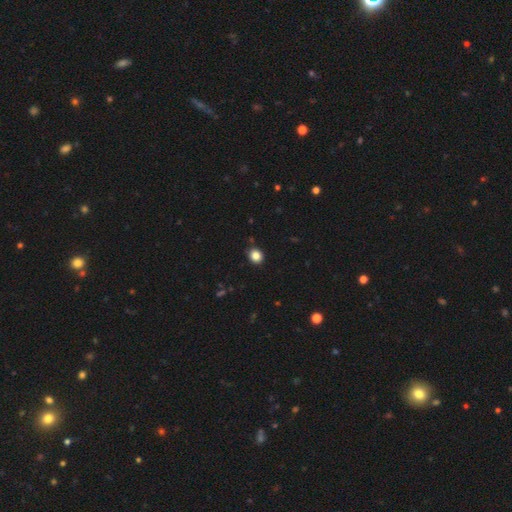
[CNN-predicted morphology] Overall: smooth (84%). How rounded: round (77%). Merging: none (90%).